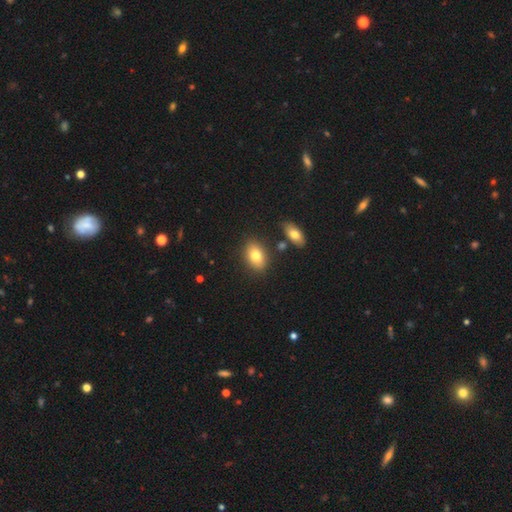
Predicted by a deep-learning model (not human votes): smooth 79%, featured or disk 13%, star or artifact 8%. Down the decision tree: how rounded — in between (83%); merging — none (82%).